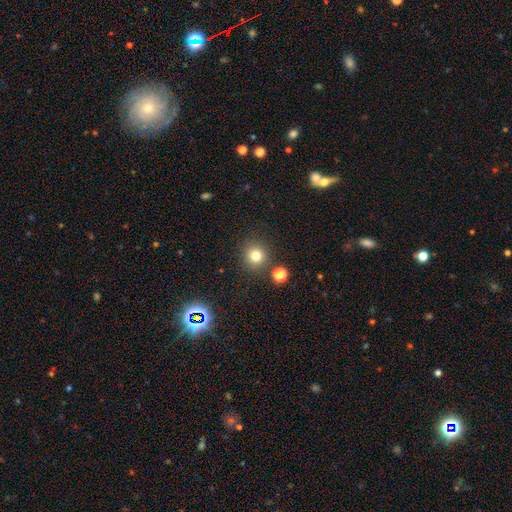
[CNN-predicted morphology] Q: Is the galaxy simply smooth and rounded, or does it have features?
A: smooth — 78%.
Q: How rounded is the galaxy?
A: round — 92%.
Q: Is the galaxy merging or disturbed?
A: none — 84%.